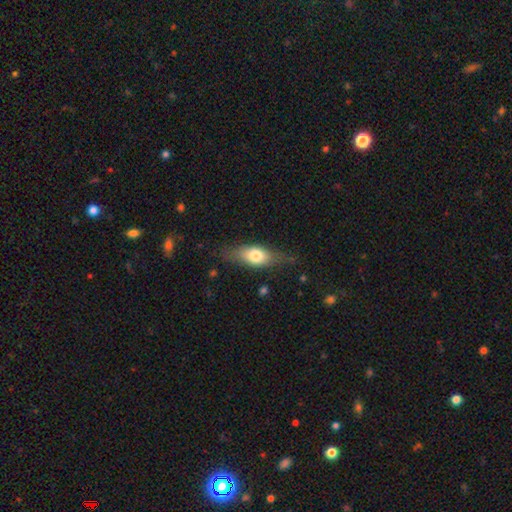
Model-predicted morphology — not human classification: smooth_or_featured: smooth (p=0.65) [alt: featured or disk p=0.29]
how_rounded: in between (p=0.71) [alt: cigar-shaped p=0.22]
merging: none (p=0.70) [alt: minor disturbance p=0.21]